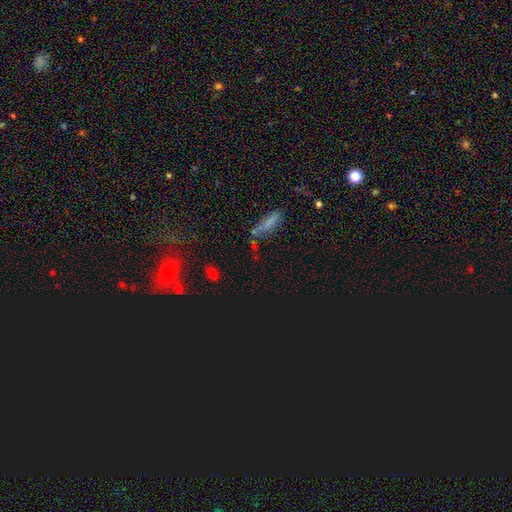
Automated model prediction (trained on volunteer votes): Smooth or featured: star or artifact — 43% (smooth — 42%)